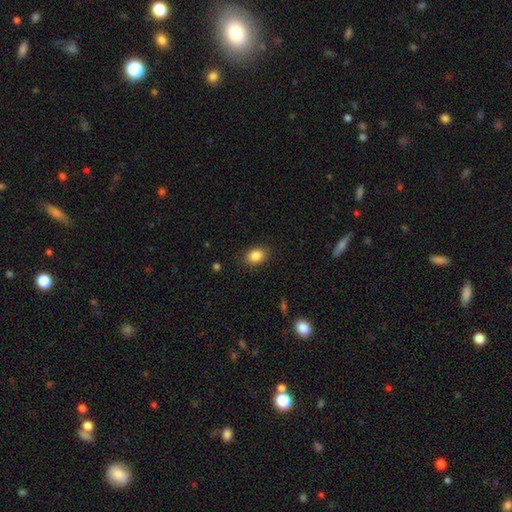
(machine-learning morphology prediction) Smooth or featured? smooth (86%)
How rounded? in between (64%)
Merging? none (88%)